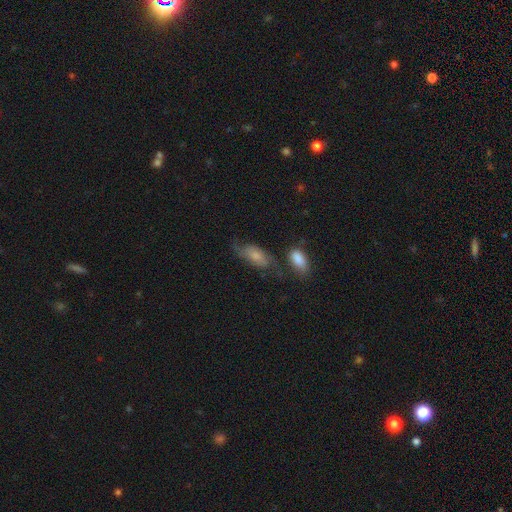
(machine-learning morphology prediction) Q: Smooth or featured?
A: smooth (48%); runner-up: featured or disk (42%)
Q: Merging?
A: none (43%); runner-up: minor disturbance (26%)